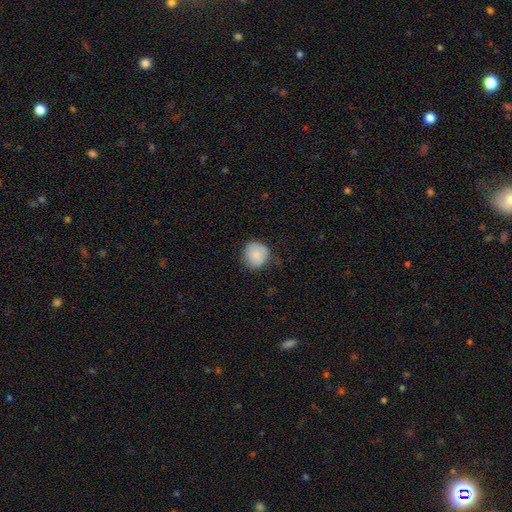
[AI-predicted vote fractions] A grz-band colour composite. It shows a smooth galaxy with no disk features (83%) that is round (88%). Merging: none (74%).